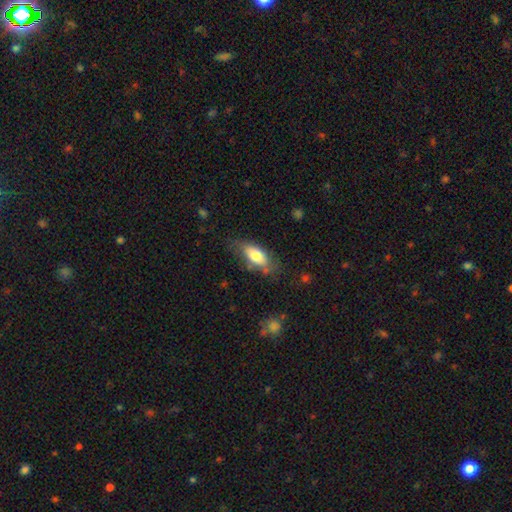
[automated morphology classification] Smooth or featured? smooth (72%)
How rounded? in between (84%)
Merging? none (62%)